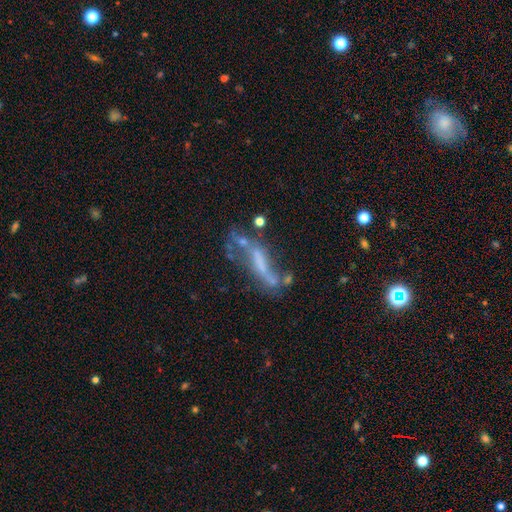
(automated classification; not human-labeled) This appears to be a featured or disk galaxy (63%). Merging: none (40%).